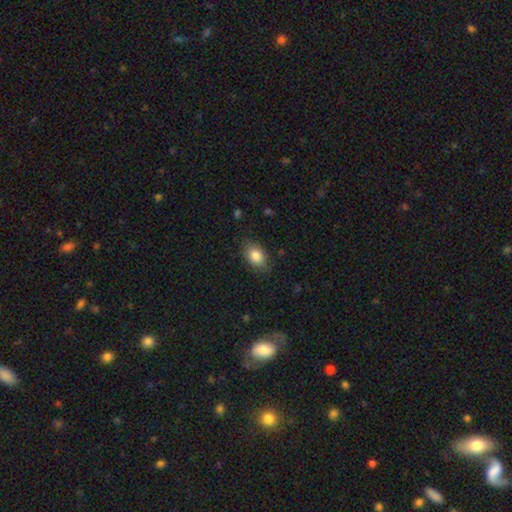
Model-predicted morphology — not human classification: Smooth or featured? smooth (84%)
How rounded? in between (81%)
Merging? none (80%)